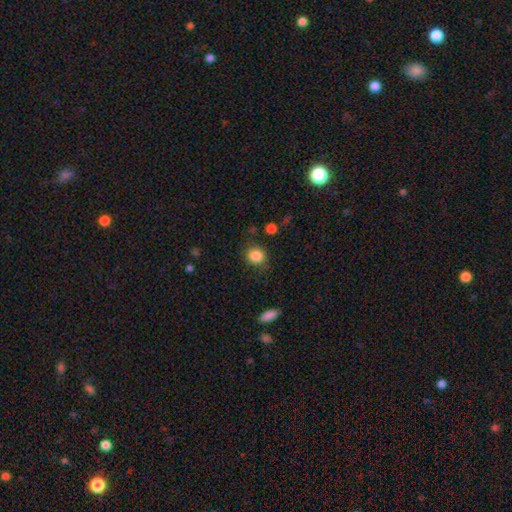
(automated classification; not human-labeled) A smooth galaxy with no disk features (86%) that is round (78%). Merging: none (81%).